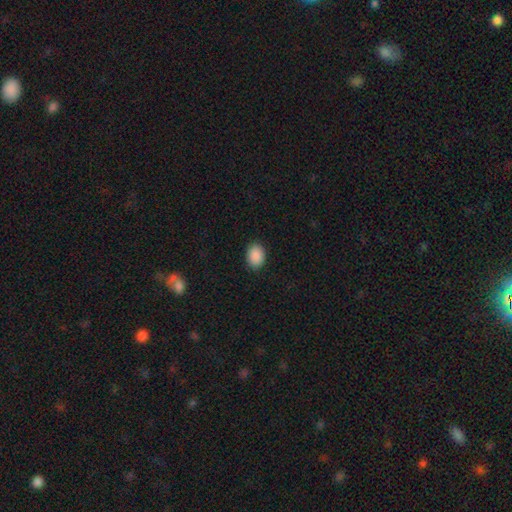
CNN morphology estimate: type=smooth (90%); roundness=in between (70%); merging=none (89%).